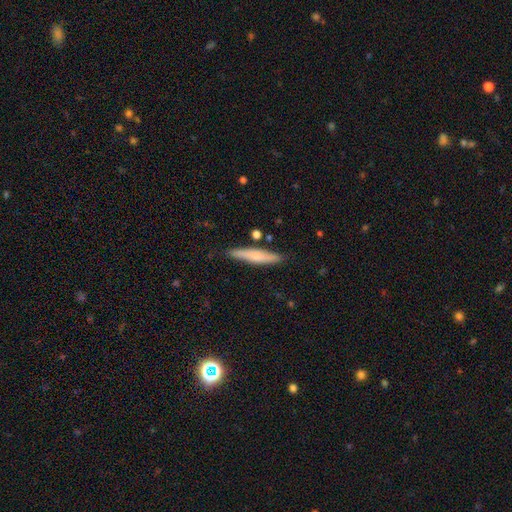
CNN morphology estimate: Overall: smooth (56%; featured or disk 38%). How rounded: cigar-shaped (88%). Merging: none (83%).